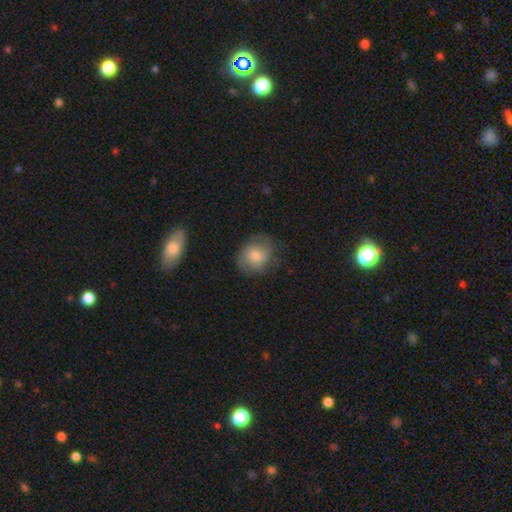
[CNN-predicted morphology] A smooth galaxy with no disk features (64%) that is round (63%).

Vote fractions:
- Smooth or featured? smooth: 64% / featured or disk: 27% / star or artifact: 8%
- How rounded? round: 63% / in between: 35% / cigar-shaped: 1%
- Merging? none: 69% / minor disturbance: 22% / major disturbance: 7% / merger: 2%